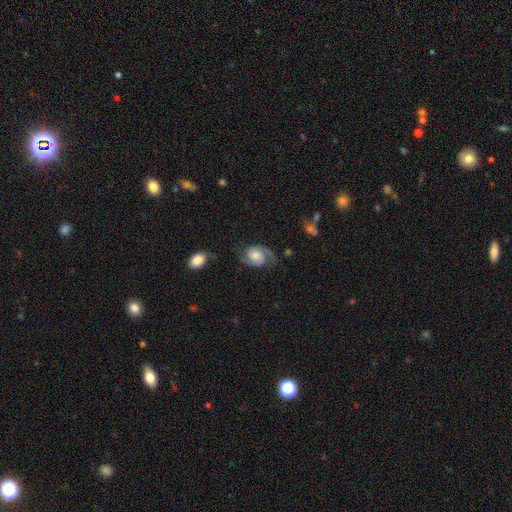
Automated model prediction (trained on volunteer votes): A featured or disk galaxy (76%) with no bar (67%), 2 (79%) medium (45%) spiral arms (96%) and a moderate central bulge (43%). Merging: none (63%).